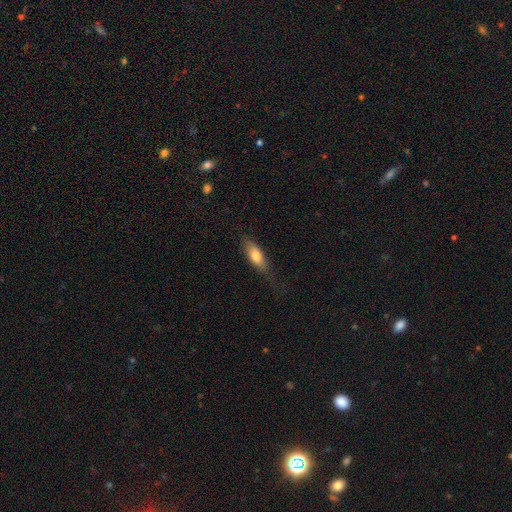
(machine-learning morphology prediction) Q: Smooth or featured?
A: smooth (73%); runner-up: featured or disk (21%)
Q: How rounded?
A: in between (67%); runner-up: cigar-shaped (30%)
Q: Merging?
A: none (63%); runner-up: minor disturbance (26%)